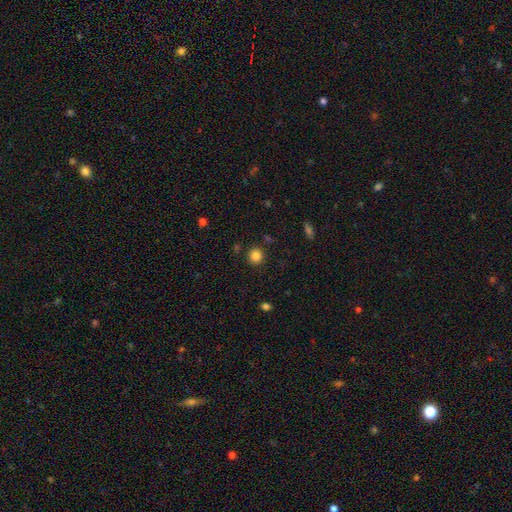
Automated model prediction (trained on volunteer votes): Smooth or featured?
  - smooth: 84% *
  - star or artifact: 12%
  - featured or disk: 4%
How rounded?
  - round: 92% *
  - in between: 7%
  - cigar-shaped: 1%
Merging?
  - none: 89% *
  - minor disturbance: 6%
  - merger: 2%
  - major disturbance: 2%